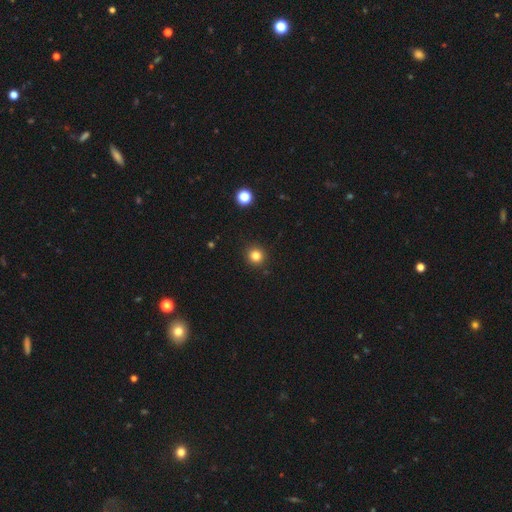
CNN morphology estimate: type=smooth (82%); roundness=round (93%); merging=none (92%).